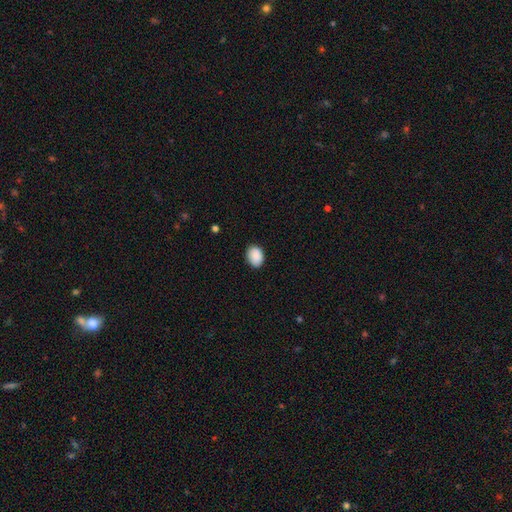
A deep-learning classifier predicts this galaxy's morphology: type=smooth (90%); roundness=in between (68%); merging=none (85%).